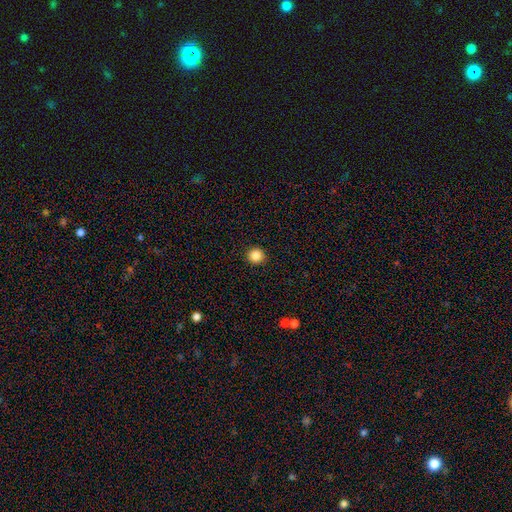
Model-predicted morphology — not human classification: A smooth galaxy with no disk features (87%) that is round (95%). Merging: none (93%).